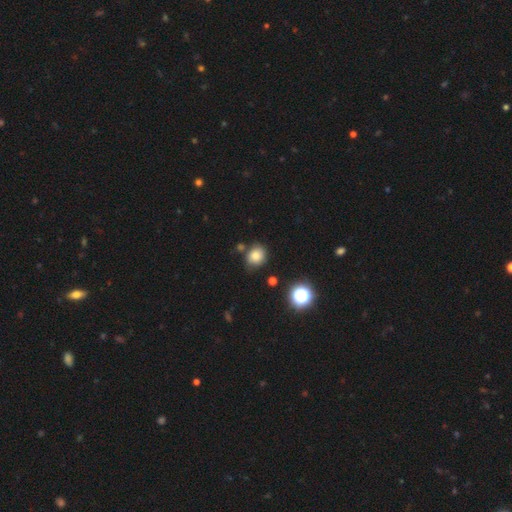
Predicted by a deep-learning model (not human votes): A smooth galaxy with no disk features (81%) that is round (72%). Merging: none (73%).